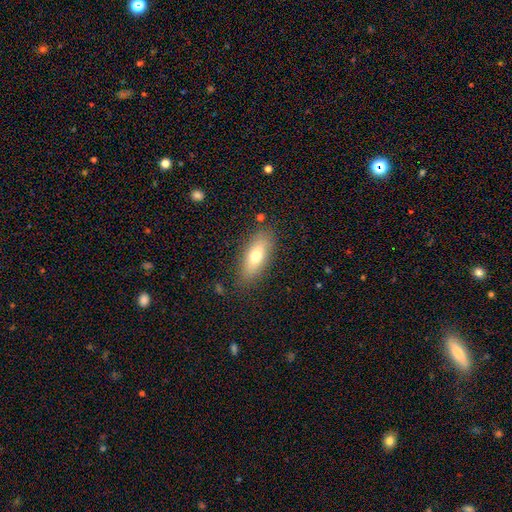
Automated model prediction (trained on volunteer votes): This is likely a smooth galaxy (70%). How rounded: likely in between (74%). Merging: clearly none (82%).